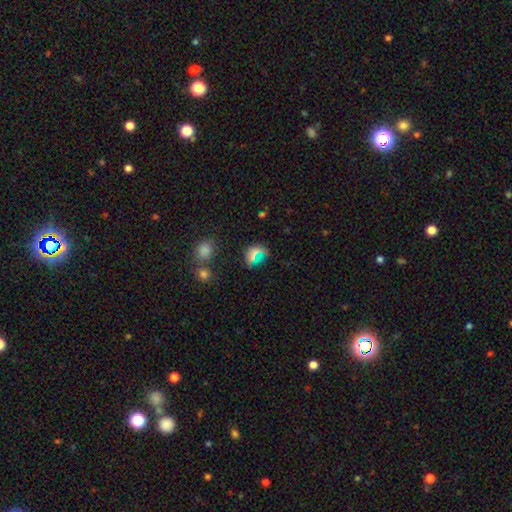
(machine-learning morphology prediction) This is possibly a smooth galaxy (57%). How rounded: likely round (71%). Merging: likely none (74%).